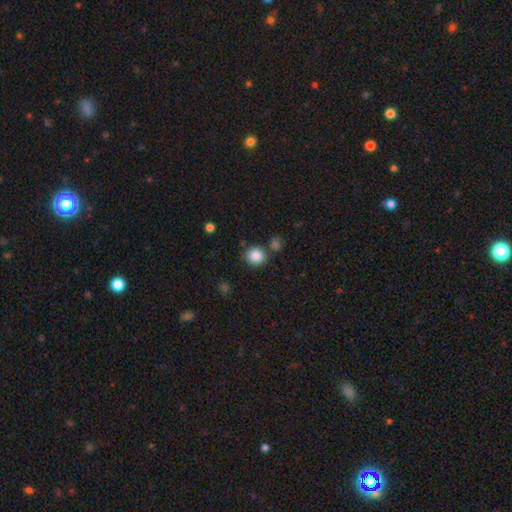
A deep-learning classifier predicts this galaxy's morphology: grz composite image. It shows a smooth galaxy with no disk features (87%) that is round (88%). Merging: none (76%).